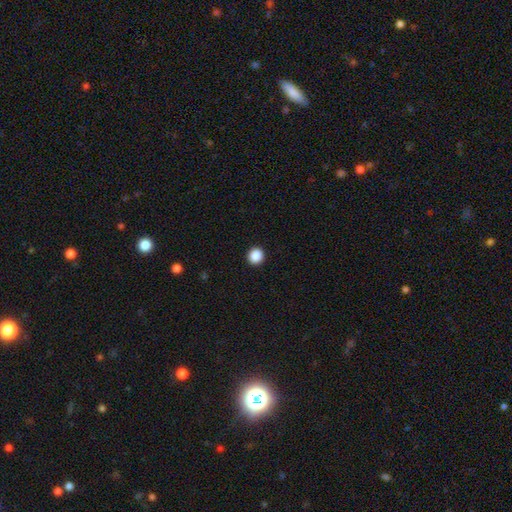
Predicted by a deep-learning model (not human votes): Smooth or featured?
  - smooth: 88% *
  - star or artifact: 9%
  - featured or disk: 2%
How rounded?
  - round: 93% *
  - in between: 6%
  - cigar-shaped: 1%
Merging?
  - none: 93% *
  - minor disturbance: 4%
  - major disturbance: 2%
  - merger: 1%